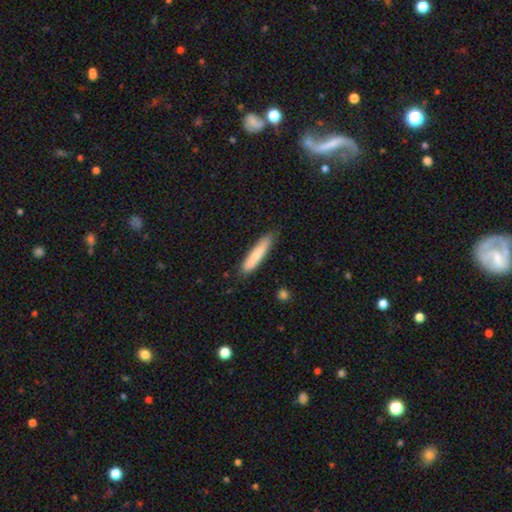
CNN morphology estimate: Smooth or featured? smooth (79%)
How rounded? cigar-shaped (88%)
Merging? none (81%)